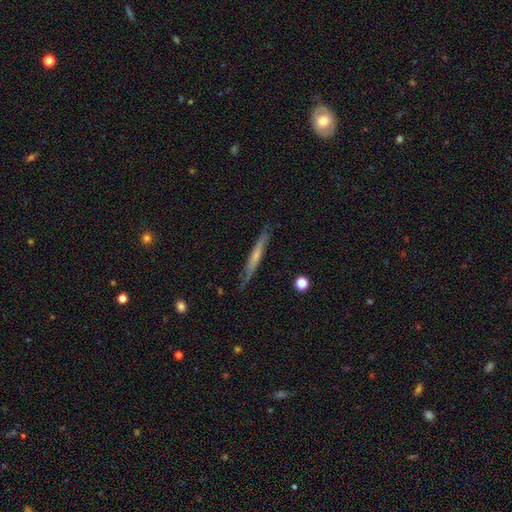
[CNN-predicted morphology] featured or disk 50%, smooth 44%, star or artifact 6%. Down the decision tree: merging — none (82%).